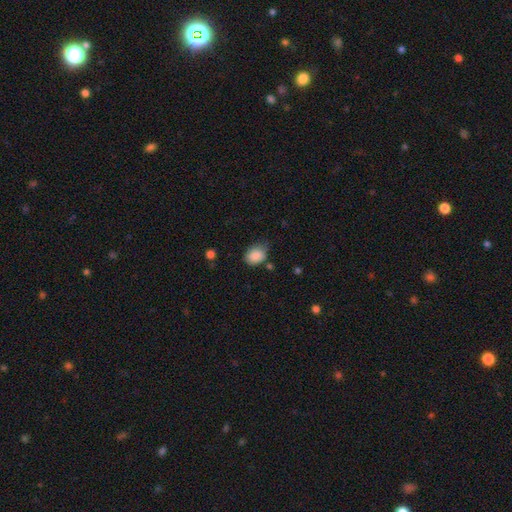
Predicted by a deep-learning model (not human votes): Smooth or featured?
  - smooth: 87% *
  - star or artifact: 8%
  - featured or disk: 5%
How rounded?
  - in between: 65% *
  - round: 34%
  - cigar-shaped: 1%
Merging?
  - none: 60% *
  - minor disturbance: 31%
  - major disturbance: 6%
  - merger: 3%